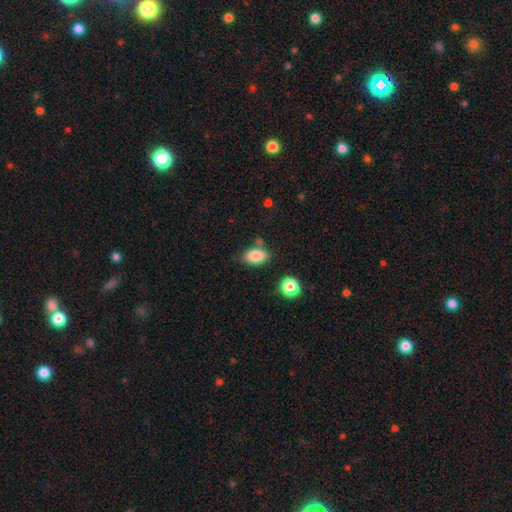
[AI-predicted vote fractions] Smooth or featured? smooth (85%)
How rounded? in between (89%)
Merging? none (71%)